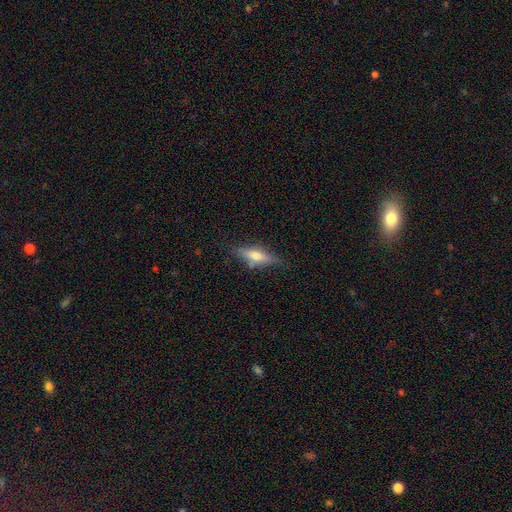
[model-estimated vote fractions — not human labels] Smooth or featured? Predicted: featured or disk (p=0.51). Edge-on disk? Predicted: yes (p=0.92). Merging? Predicted: none (p=0.78).